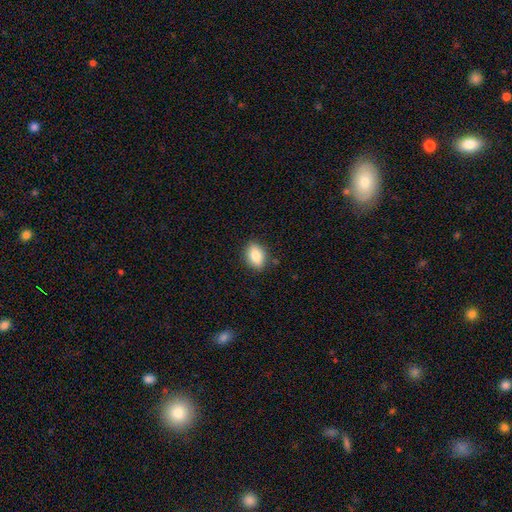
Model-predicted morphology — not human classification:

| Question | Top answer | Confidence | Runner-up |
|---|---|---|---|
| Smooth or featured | smooth | 83% | featured or disk (9%) |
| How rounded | in between | 81% | round (17%) |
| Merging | none | 85% | minor disturbance (11%) |